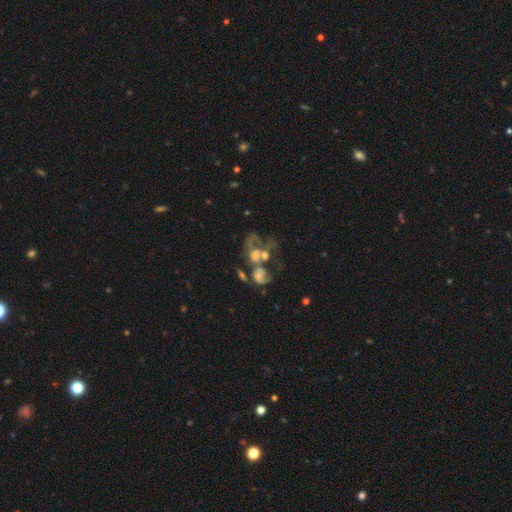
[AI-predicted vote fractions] Smooth or featured?
  - featured or disk: 56% *
  - smooth: 22%
  - star or artifact: 22%
Edge-on disk?
  - no: 96% *
  - yes: 4%
Bar?
  - no: 84% *
  - weak: 12%
  - strong: 4%
Spiral arms?
  - no: 66% *
  - yes: 34%
Bulge size?
  - moderate: 34% *
  - none: 33%
  - small: 22%
  - large: 8%
  - dominant: 3%
Merging?
  - merger: 56% *
  - major disturbance: 21%
  - none: 16%
  - minor disturbance: 7%